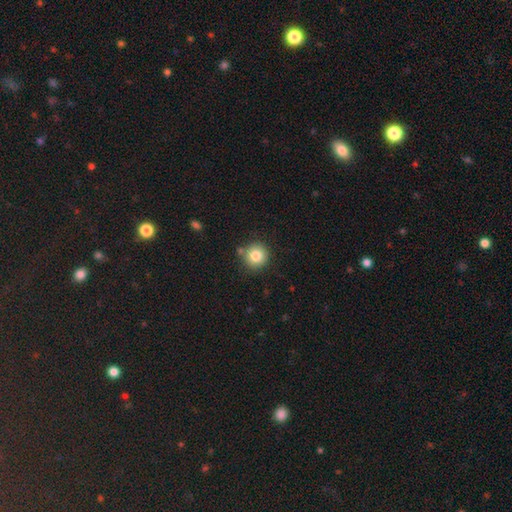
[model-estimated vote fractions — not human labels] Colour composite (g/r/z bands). It shows a smooth galaxy with no disk features (83%) that is round (93%). Merging: none (81%).